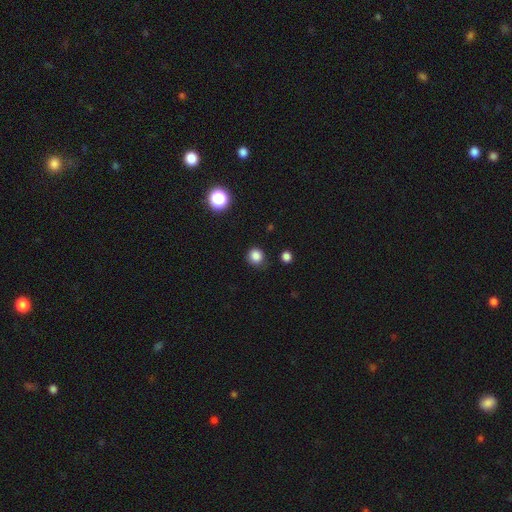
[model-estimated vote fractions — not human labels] A smooth galaxy with no disk features (84%) that is round (91%).

Vote fractions:
- Smooth or featured? smooth: 84% / star or artifact: 13% / featured or disk: 4%
- How rounded? round: 91% / in between: 8% / cigar-shaped: 1%
- Merging? none: 82% / minor disturbance: 13% / major disturbance: 3% / merger: 2%